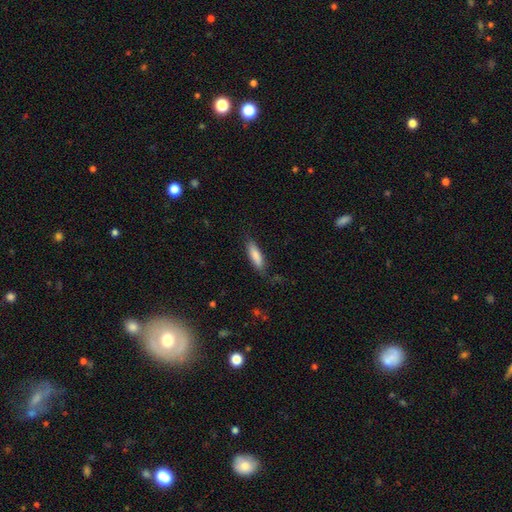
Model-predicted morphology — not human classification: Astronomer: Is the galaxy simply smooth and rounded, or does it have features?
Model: smooth — 82%.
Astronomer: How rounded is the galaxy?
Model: cigar-shaped — 58% (runner-up: in between, 40%).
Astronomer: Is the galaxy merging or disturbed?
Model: none — 73%.